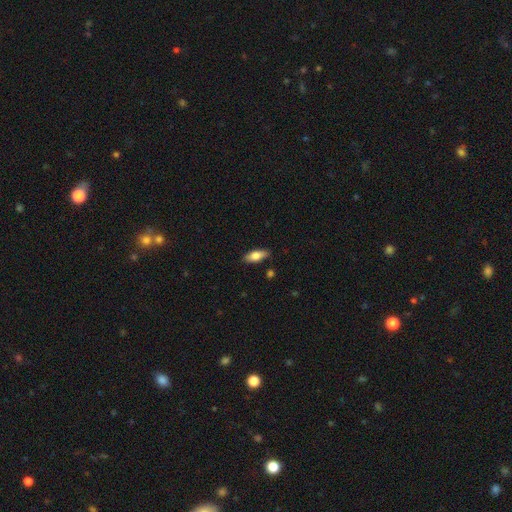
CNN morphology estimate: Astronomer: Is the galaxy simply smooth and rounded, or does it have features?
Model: smooth — 74%.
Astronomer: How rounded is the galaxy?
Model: in between — 77%.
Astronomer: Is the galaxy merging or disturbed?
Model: none — 85%.